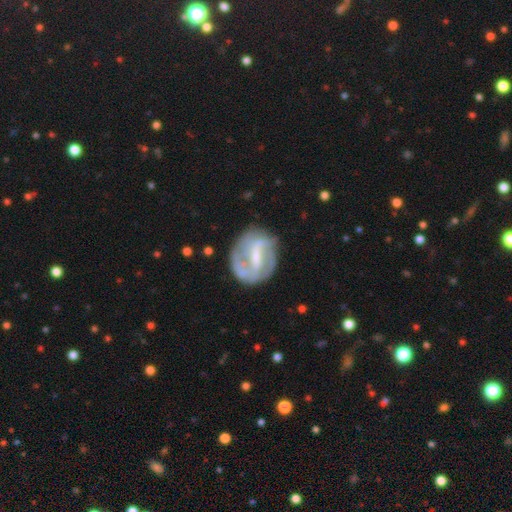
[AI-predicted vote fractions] Smooth or featured? Predicted: featured or disk (p=0.74). Edge-on disk? Predicted: no (p=0.97). Bar? Predicted: strong (p=0.47). Spiral arms? Predicted: yes (p=0.69). Bulge size? Predicted: small (p=0.45). Merging? Predicted: none (p=0.66).